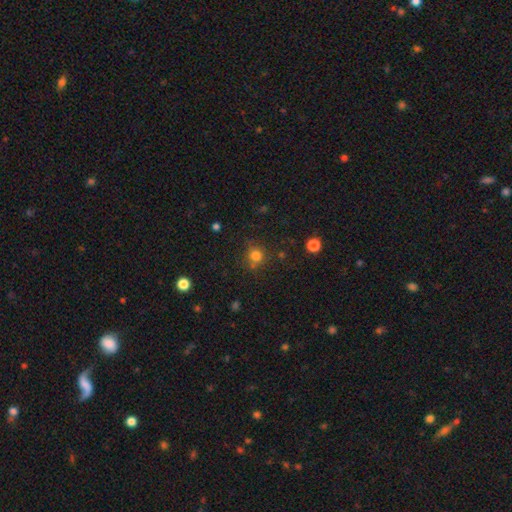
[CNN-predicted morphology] smooth 79%, star or artifact 16%, featured or disk 6%. Down the decision tree: how rounded — round (91%); merging — none (76%).